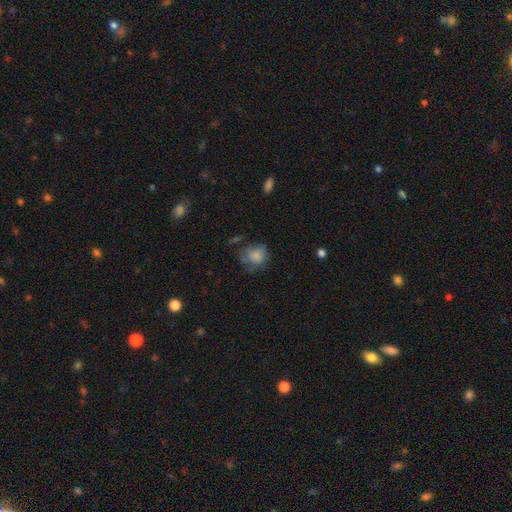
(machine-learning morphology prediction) Q: Smooth or featured?
A: smooth (70%); runner-up: featured or disk (21%)
Q: How rounded?
A: round (71%); runner-up: in between (28%)
Q: Merging?
A: none (49%); runner-up: minor disturbance (27%)